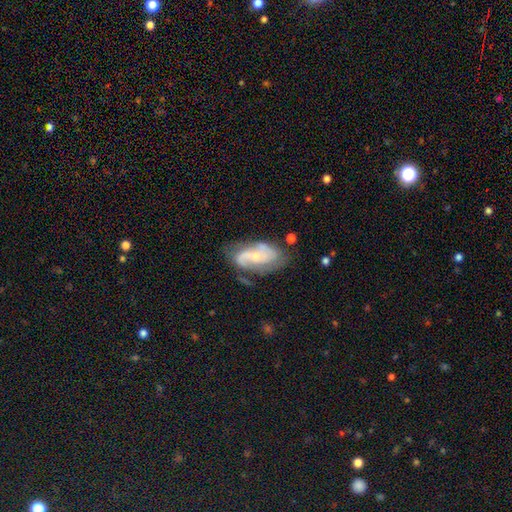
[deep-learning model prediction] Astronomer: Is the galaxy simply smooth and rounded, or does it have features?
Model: featured or disk — 76%.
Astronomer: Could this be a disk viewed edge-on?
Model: no — 95%.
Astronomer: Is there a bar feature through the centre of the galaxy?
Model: no — 58%.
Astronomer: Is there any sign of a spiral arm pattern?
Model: yes — 89%.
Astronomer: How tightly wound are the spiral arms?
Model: medium — 43% (runner-up: tight, 32%).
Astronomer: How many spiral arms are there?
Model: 2 — 66%.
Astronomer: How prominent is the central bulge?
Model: small — 62%.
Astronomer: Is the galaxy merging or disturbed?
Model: none — 58%.